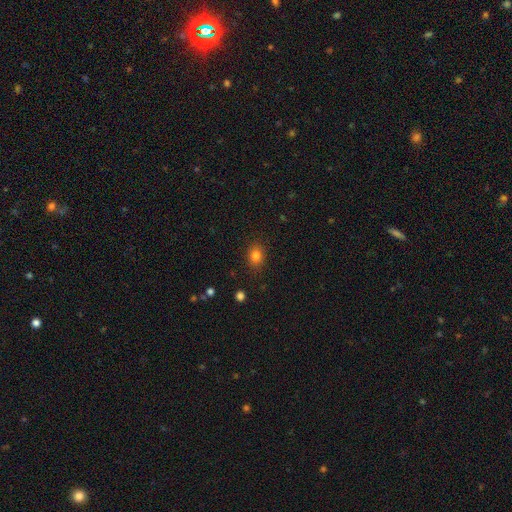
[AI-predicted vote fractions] Smooth or featured? smooth (82%)
How rounded? in between (50%)
Merging? none (86%)